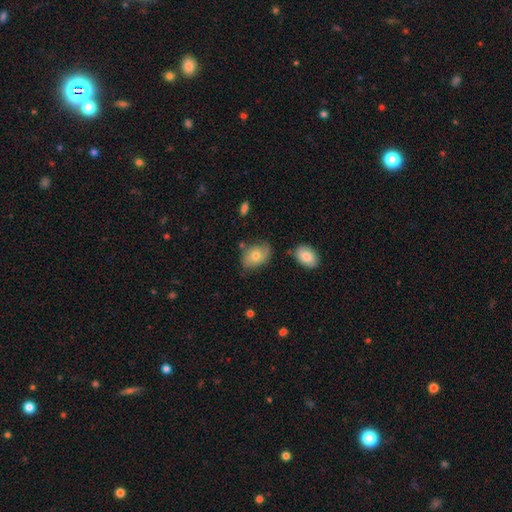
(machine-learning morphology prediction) Smooth or featured? Predicted: smooth (p=0.68). How rounded? Predicted: in between (p=0.80). Merging? Predicted: none (p=0.62).